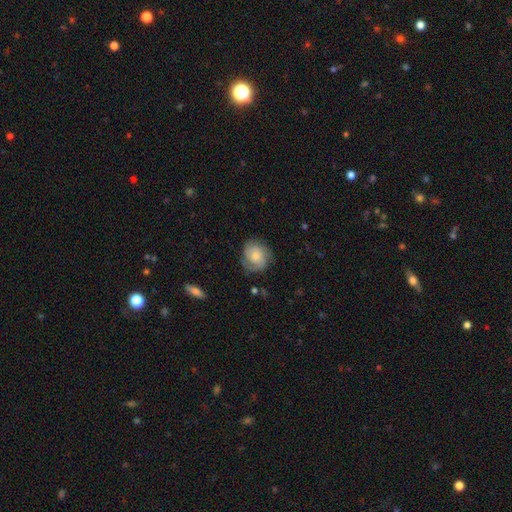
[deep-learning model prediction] Smooth or featured? Predicted: featured or disk (p=0.47). Merging? Predicted: none (p=0.68).